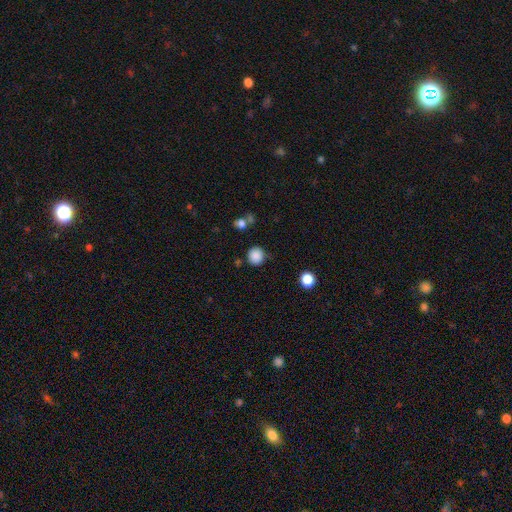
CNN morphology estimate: The model was most divided on "merging": none: 83%, minor disturbance: 10%, merger: 4%, major disturbance: 3%. More confident: how rounded — round (91%); smooth or featured — smooth (86%).